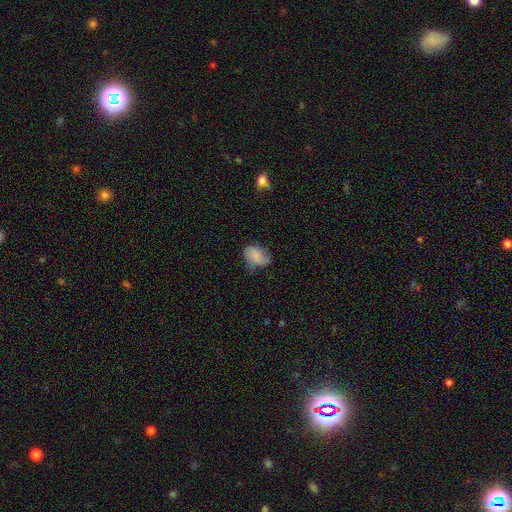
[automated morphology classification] The model was most divided on "merging": none: 44%, minor disturbance: 38%, major disturbance: 16%, merger: 2%. More confident: how rounded — in between (79%); smooth or featured — smooth (68%).